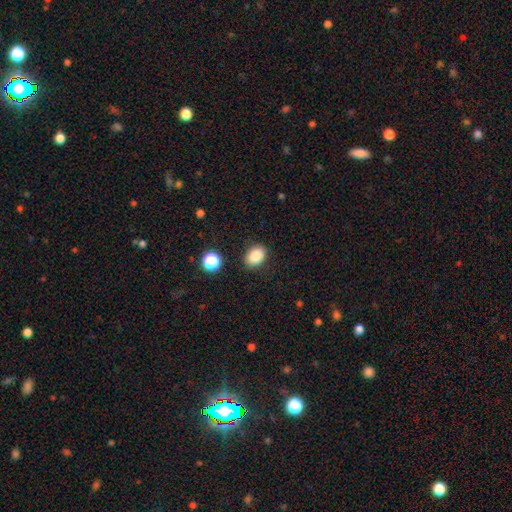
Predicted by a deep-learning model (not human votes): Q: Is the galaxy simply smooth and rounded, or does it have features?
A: smooth — 85%.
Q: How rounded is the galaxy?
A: in between — 71%.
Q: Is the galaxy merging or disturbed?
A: none — 86%.